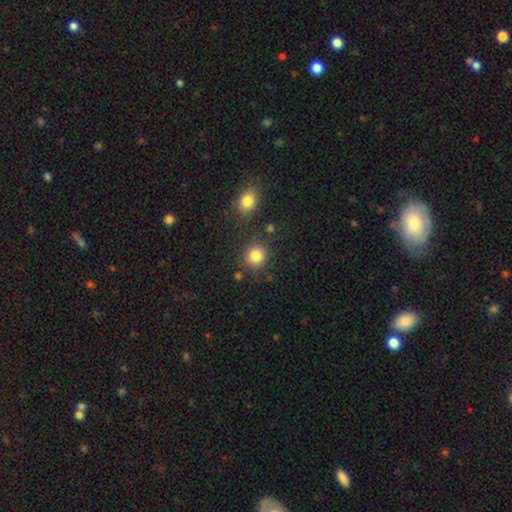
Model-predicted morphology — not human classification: A smooth galaxy with no disk features (84%) that is round (88%).

Vote fractions:
- Smooth or featured? smooth: 84% / star or artifact: 11% / featured or disk: 5%
- How rounded? round: 88% / in between: 11% / cigar-shaped: 1%
- Merging? none: 81% / minor disturbance: 9% / merger: 6% / major disturbance: 4%